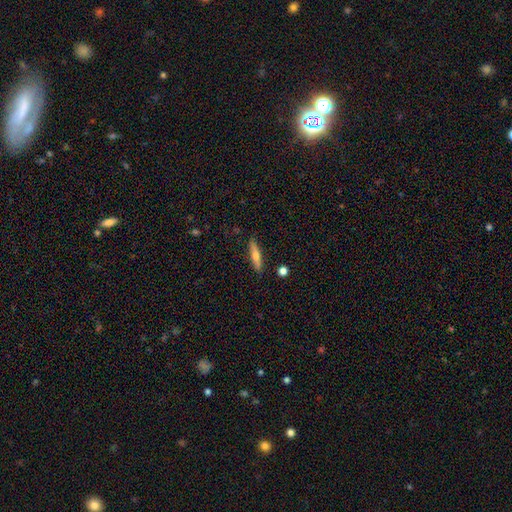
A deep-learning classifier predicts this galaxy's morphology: Smooth or featured?
  - smooth: 53% *
  - featured or disk: 41%
  - star or artifact: 6%
How rounded?
  - cigar-shaped: 77% *
  - in between: 20%
  - round: 3%
Merging?
  - none: 88% *
  - minor disturbance: 8%
  - major disturbance: 2%
  - merger: 2%